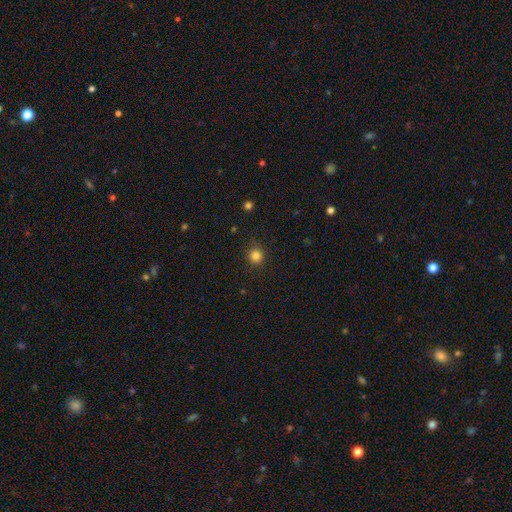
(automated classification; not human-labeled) This appears to be a smooth galaxy with no disk features (84%) that is round (93%). Merging: none (88%).